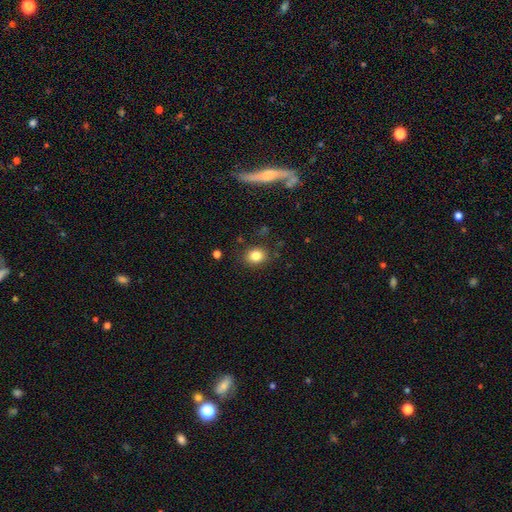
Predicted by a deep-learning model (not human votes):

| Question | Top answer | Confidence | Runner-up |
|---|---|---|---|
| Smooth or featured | smooth | 83% | star or artifact (11%) |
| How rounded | round | 52% | in between (47%) |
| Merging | none | 85% | minor disturbance (10%) |